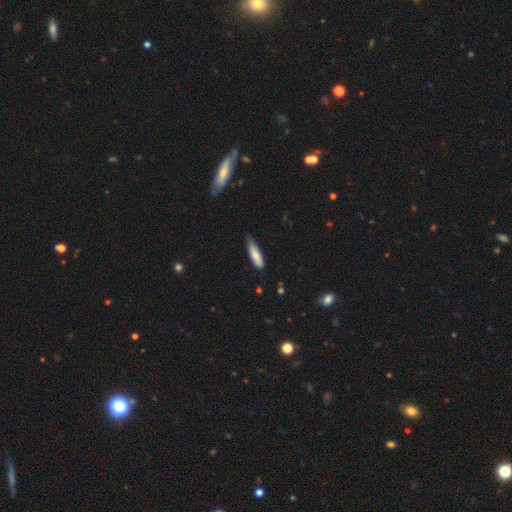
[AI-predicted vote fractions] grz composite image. It shows a smooth galaxy with no disk features (76%) that is cigar-shaped (65%). Merging: none (55%).